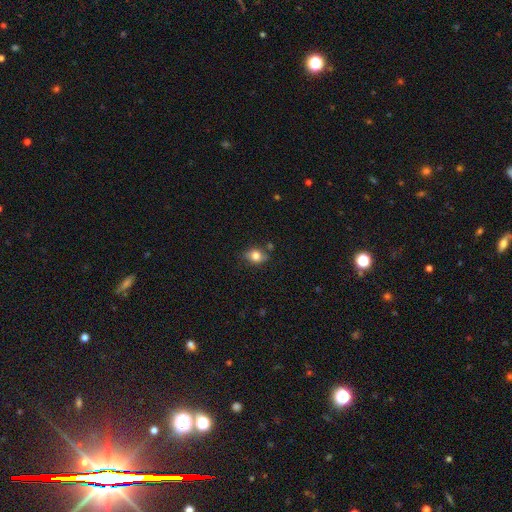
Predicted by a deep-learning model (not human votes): smooth_or_featured: smooth (p=0.77) [alt: featured or disk p=0.13]
how_rounded: in between (p=0.65) [alt: round p=0.33]
merging: none (p=0.74) [alt: minor disturbance p=0.18]